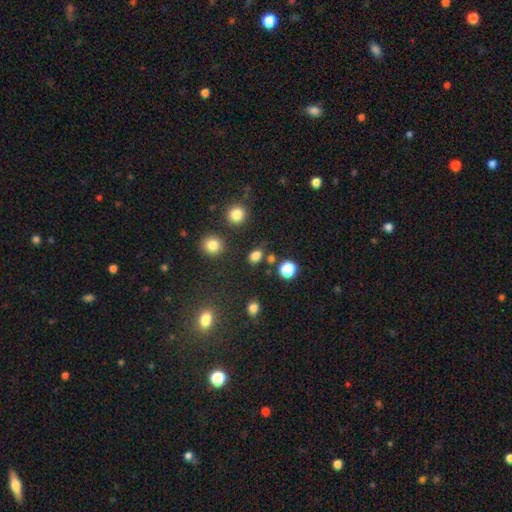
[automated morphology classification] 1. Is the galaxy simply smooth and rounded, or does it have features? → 80% smooth, 15% star or artifact, 5% featured or disk.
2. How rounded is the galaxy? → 64% in between, 34% round, 2% cigar-shaped.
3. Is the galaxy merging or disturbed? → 78% none, 11% minor disturbance, 7% merger, 4% major disturbance.